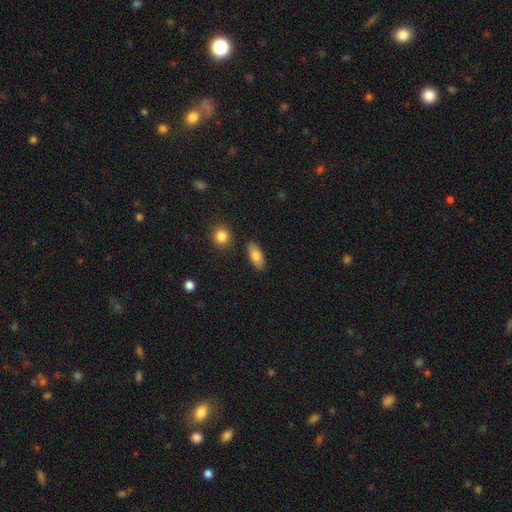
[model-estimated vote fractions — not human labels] Smooth or featured?
  - smooth: 81% *
  - featured or disk: 12%
  - star or artifact: 7%
How rounded?
  - in between: 88% *
  - cigar-shaped: 8%
  - round: 4%
Merging?
  - none: 86% *
  - minor disturbance: 9%
  - merger: 3%
  - major disturbance: 2%